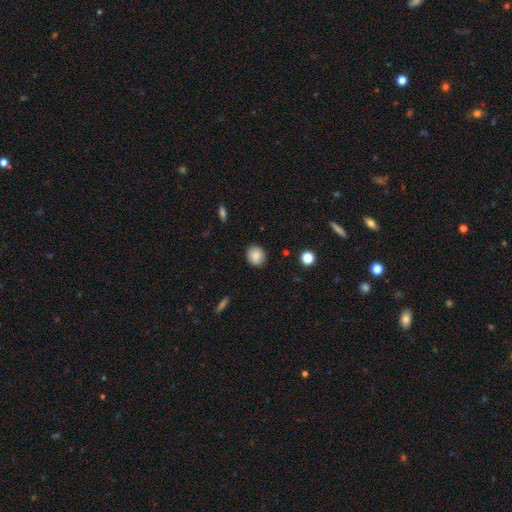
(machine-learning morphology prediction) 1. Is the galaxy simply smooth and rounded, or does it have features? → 85% smooth, 9% star or artifact, 6% featured or disk.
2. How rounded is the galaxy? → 84% round, 15% in between, 1% cigar-shaped.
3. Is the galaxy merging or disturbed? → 89% none, 8% minor disturbance, 2% major disturbance, 1% merger.